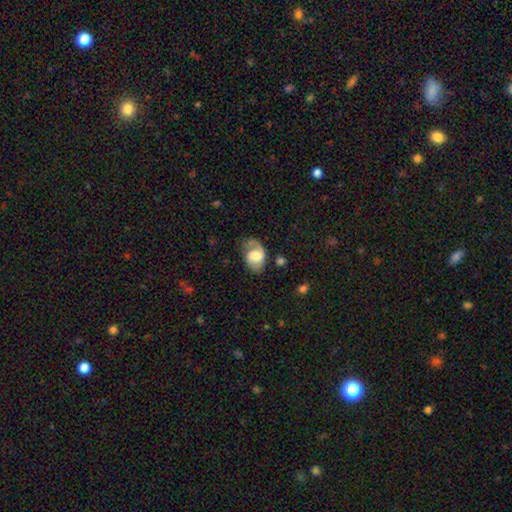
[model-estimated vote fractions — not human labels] Smooth or featured: featured or disk — 55% (smooth — 38%)
Edge-on disk: no — 96% (yes — 4%)
Bar: no — 50% (weak — 40%)
Spiral arms: yes — 84% (no — 16%)
Bulge size: moderate — 40% (large — 34%)
Merging: none — 49% (minor disturbance — 28%)